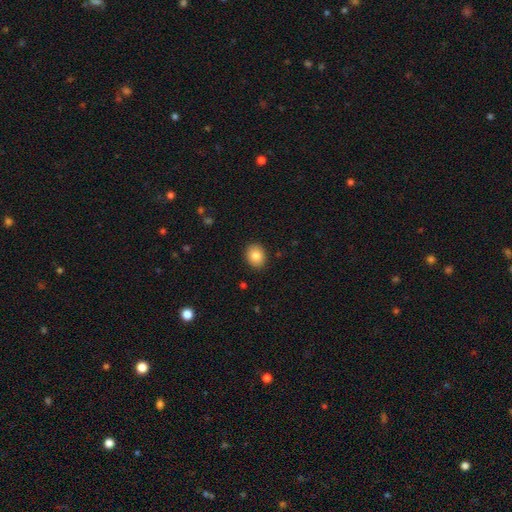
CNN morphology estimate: This appears to be a smooth galaxy with no disk features (84%) that is round (54%). Merging: none (90%).